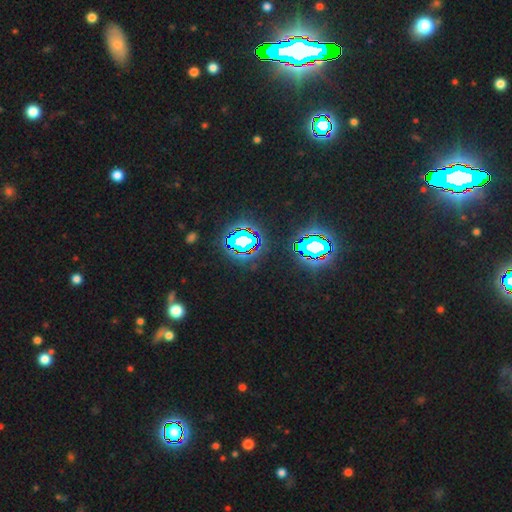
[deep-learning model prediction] Smooth or featured? star or artifact (82%)